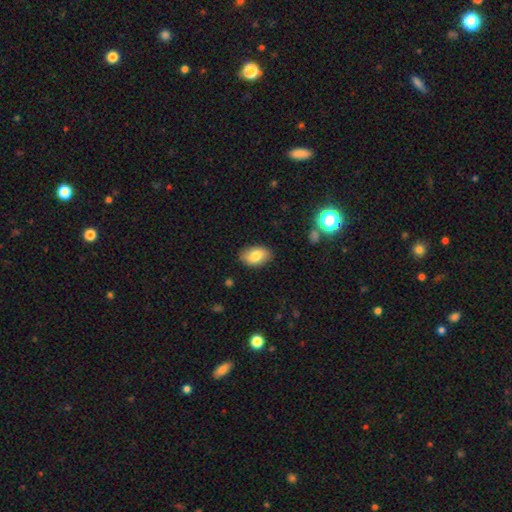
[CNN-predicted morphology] This is clearly a smooth galaxy (80%). How rounded: clearly in between (90%). Merging: clearly none (86%).